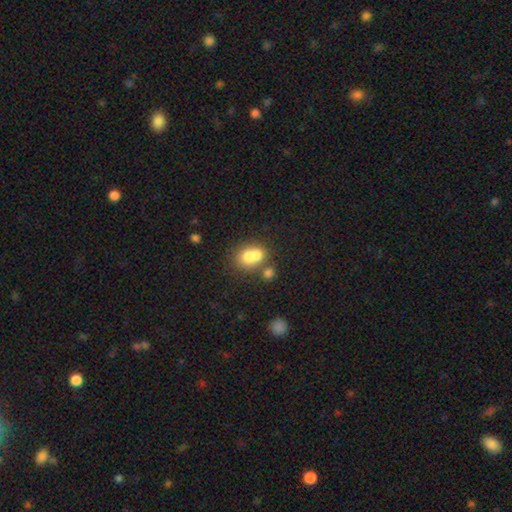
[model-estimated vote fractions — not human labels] The model was most divided on "how rounded": in between: 52%, round: 47%, cigar-shaped: 1%. More confident: smooth or featured — smooth (71%); merging — merger (59%).